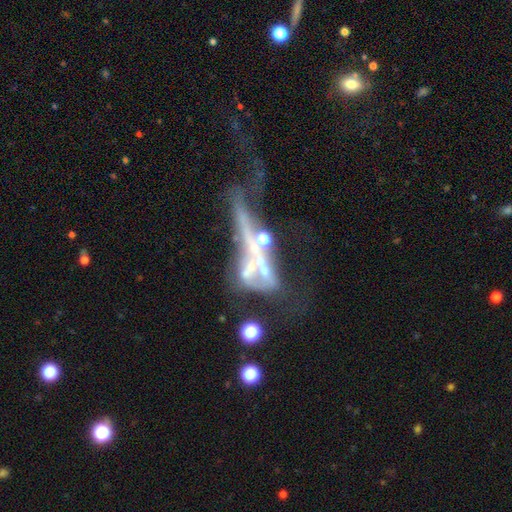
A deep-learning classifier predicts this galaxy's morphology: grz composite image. It shows a featured or disk galaxy (62%). Merging: merger (46%).